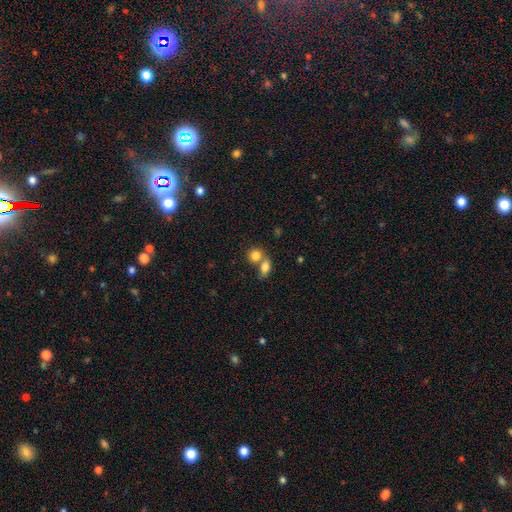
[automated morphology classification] Smooth or featured? Predicted: smooth (p=0.82). How rounded? Predicted: round (p=0.64). Merging? Predicted: merger (p=0.54).